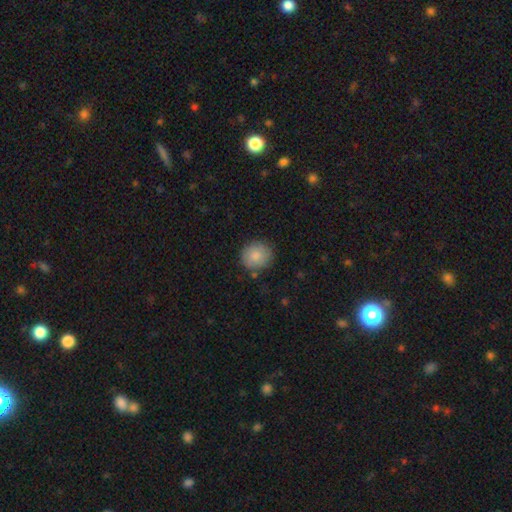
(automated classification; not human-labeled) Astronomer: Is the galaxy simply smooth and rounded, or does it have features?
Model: smooth — 86%.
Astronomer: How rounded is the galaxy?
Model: round — 87%.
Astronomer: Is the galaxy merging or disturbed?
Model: none — 84%.